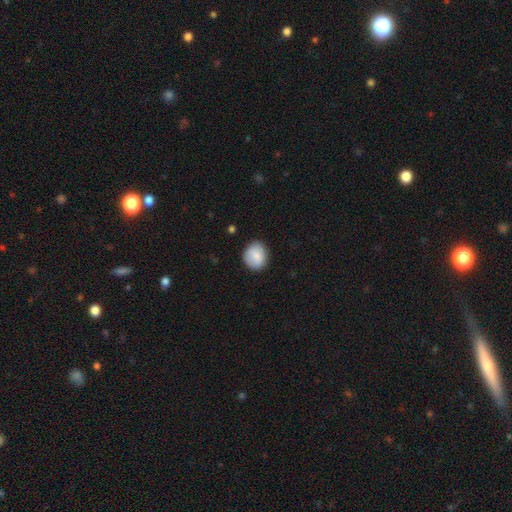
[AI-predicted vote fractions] Q: Smooth or featured?
A: smooth (86%); runner-up: featured or disk (7%)
Q: How rounded?
A: round (65%); runner-up: in between (34%)
Q: Merging?
A: none (84%); runner-up: minor disturbance (13%)